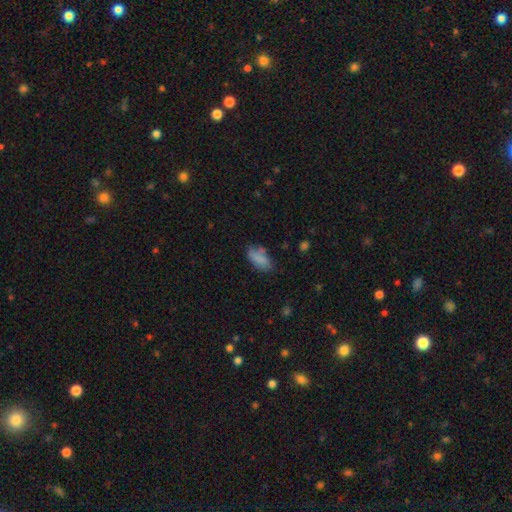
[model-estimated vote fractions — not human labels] The model was most divided on "merging": none: 63%, minor disturbance: 24%, major disturbance: 7%, merger: 5%. More confident: how rounded — in between (85%); smooth or featured — smooth (79%).